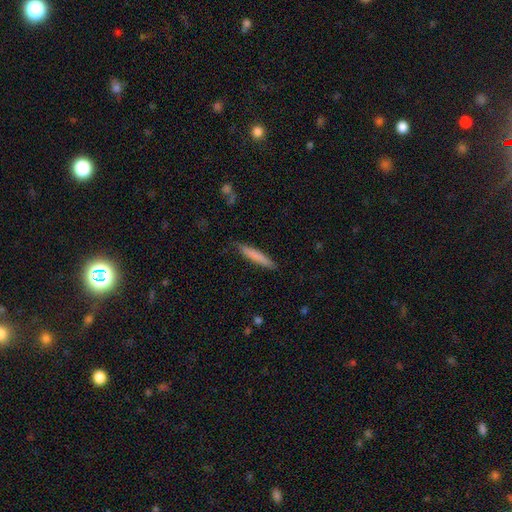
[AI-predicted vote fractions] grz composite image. It shows a smooth galaxy with no disk features (77%) that is cigar-shaped (94%). Merging: none (81%).